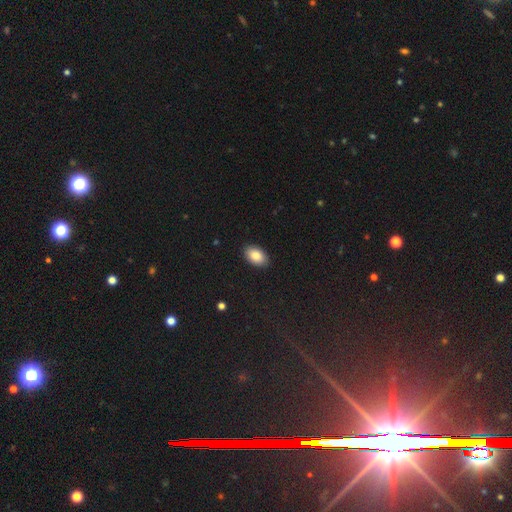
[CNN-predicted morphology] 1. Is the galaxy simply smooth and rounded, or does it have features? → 86% smooth, 7% star or artifact, 6% featured or disk.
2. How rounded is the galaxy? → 91% in between, 8% round, 1% cigar-shaped.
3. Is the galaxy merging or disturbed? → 89% none, 8% minor disturbance, 2% major disturbance, 1% merger.